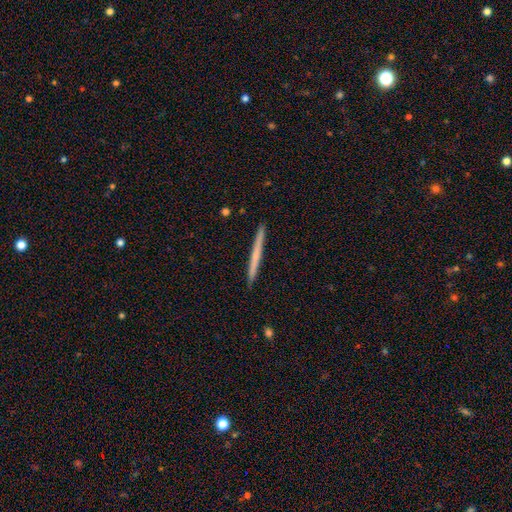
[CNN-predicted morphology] Smooth or featured? smooth (53%)
How rounded? cigar-shaped (97%)
Merging? none (93%)